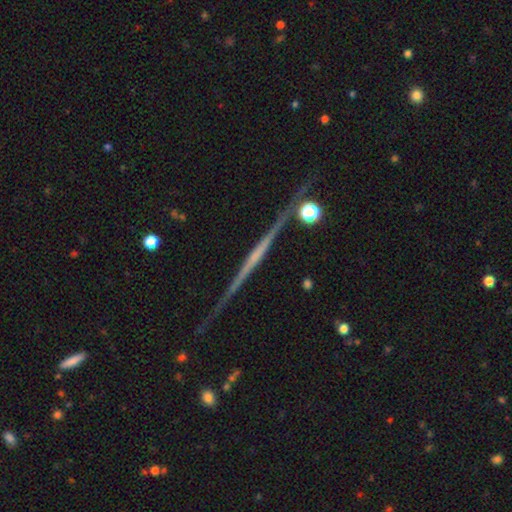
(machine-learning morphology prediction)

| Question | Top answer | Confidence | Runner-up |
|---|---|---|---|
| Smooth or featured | featured or disk | 80% | smooth (11%) |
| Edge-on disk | yes | 98% | no (2%) |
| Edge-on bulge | none | 54% | rounded (32%) |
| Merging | none | 87% | minor disturbance (9%) |